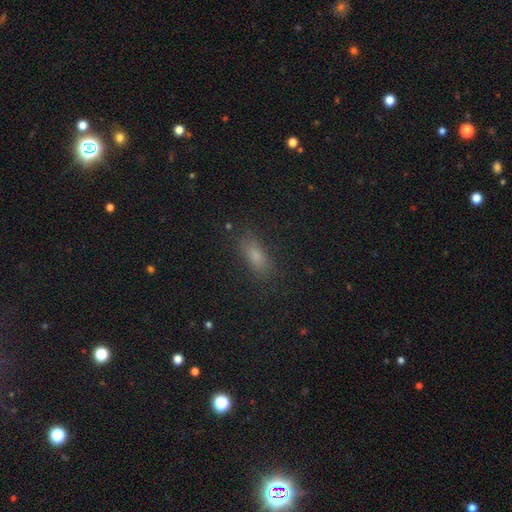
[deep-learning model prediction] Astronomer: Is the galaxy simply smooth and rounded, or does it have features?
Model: smooth — 75%.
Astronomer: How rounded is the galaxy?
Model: in between — 69%.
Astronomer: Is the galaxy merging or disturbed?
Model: none — 83%.